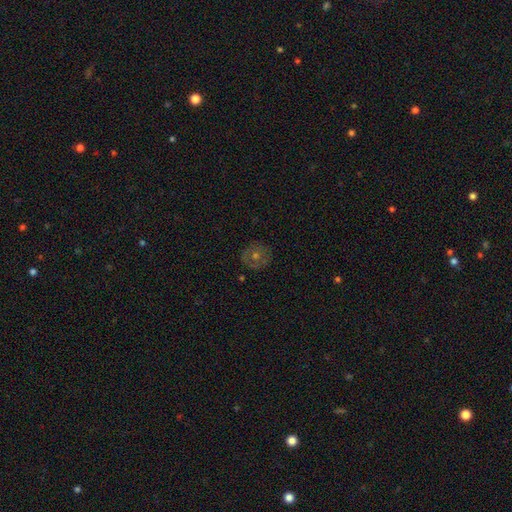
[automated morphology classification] featured or disk 45%, smooth 41%, star or artifact 14%. Down the decision tree: merging — none (83%).